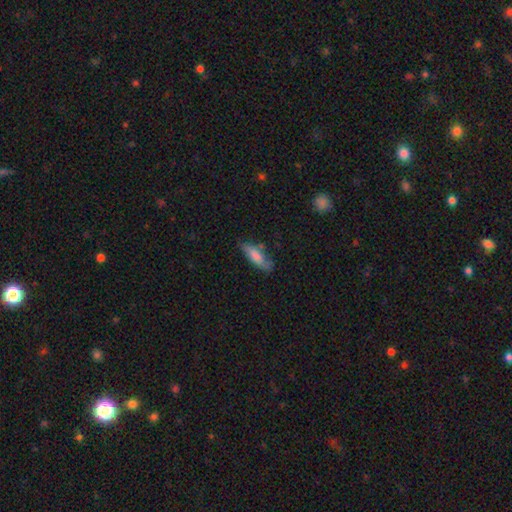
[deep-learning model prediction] smooth 72%, featured or disk 21%, star or artifact 7%. Down the decision tree: how rounded — cigar-shaped (57%); merging — none (67%).